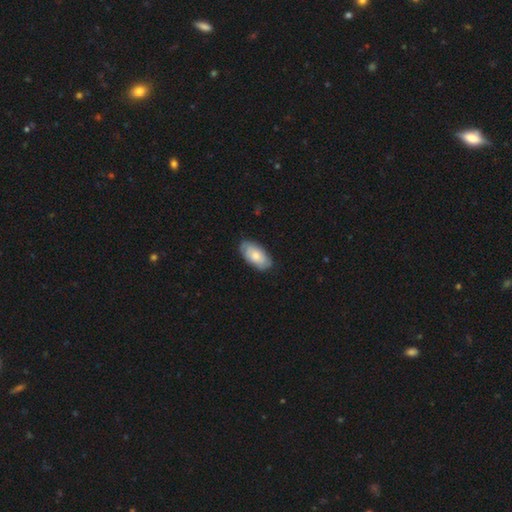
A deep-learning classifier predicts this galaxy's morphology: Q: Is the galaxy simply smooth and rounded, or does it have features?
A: smooth — 65%.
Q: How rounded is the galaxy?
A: in between — 94%.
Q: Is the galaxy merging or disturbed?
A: none — 80%.